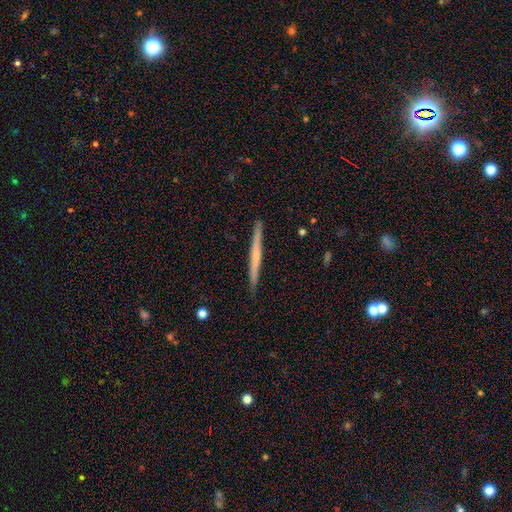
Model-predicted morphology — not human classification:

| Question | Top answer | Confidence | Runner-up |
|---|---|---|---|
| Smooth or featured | featured or disk | 55% | smooth (39%) |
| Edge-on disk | yes | 98% | no (2%) |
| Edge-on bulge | none | 66% | rounded (27%) |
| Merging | none | 92% | minor disturbance (6%) |